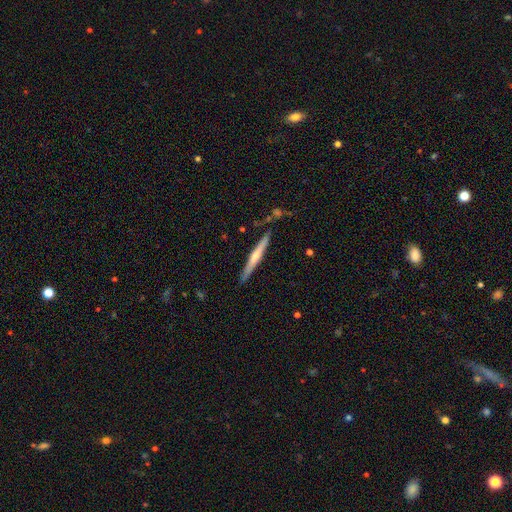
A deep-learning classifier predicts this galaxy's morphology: The model was most divided on "smooth or featured": featured or disk: 52%, smooth: 42%, star or artifact: 5%. More confident: edge-on disk — yes (96%); merging — none (82%); edge-on bulge — rounded (56%).